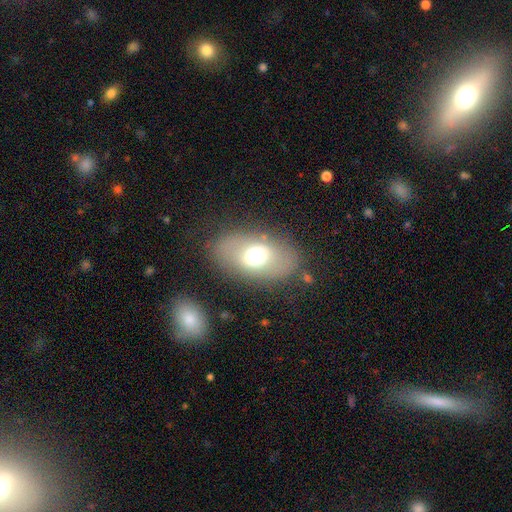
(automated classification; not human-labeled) Morphology: type=smooth (59%); roundness=in between (84%); merging=none (79%).